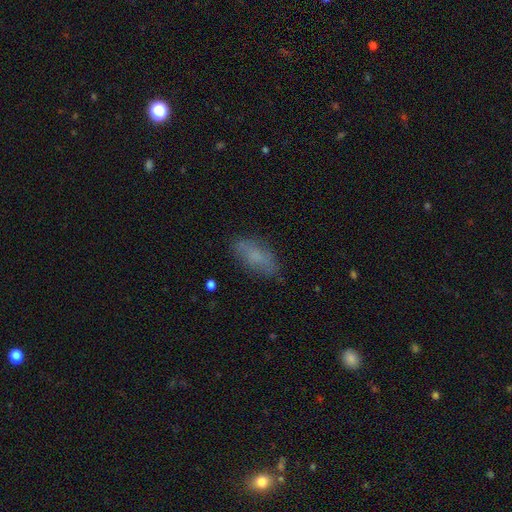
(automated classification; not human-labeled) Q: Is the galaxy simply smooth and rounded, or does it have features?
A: smooth — 69%.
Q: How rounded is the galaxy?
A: in between — 80%.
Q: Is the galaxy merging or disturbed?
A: none — 74%.